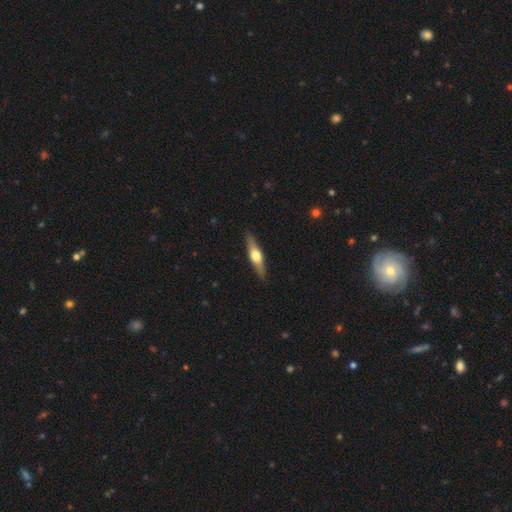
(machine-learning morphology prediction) smooth-or-featured: featured or disk: 61% | smooth: 34% | star or artifact: 5%
  disk-edge-on: yes: 94% | no: 6%
    edge-on-bulge: rounded: 93% | boxy: 5% | none: 2%
  merging: none: 89% | minor disturbance: 8% | major disturbance: 2% | merger: 1%